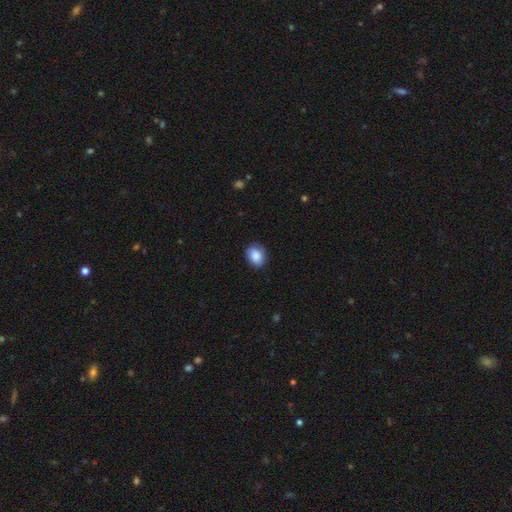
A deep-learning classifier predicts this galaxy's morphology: smooth 85%, featured or disk 8%, star or artifact 7%. Down the decision tree: how rounded — in between (66%); merging — none (76%).